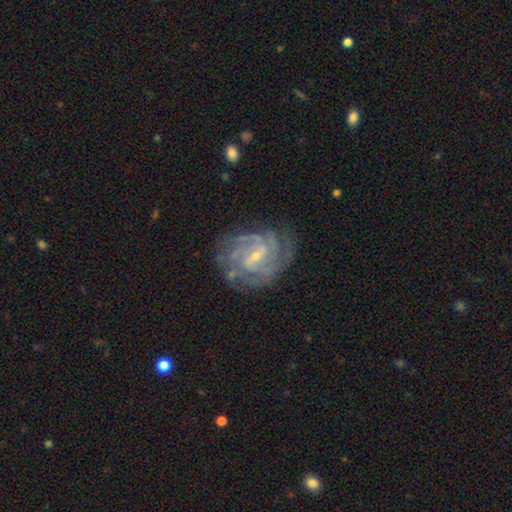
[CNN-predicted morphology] featured or disk 88%, smooth 6%, star or artifact 6%. Down the decision tree: edge-on disk — no (97%); bar — weak (54%); spiral arms — yes (95%); spiral arm count — can't tell (29%); spiral winding — tight (57%); bulge size — small (72%); merging — none (72%).